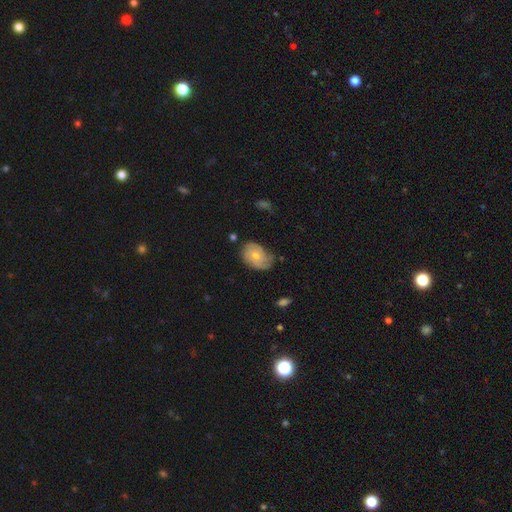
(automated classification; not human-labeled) Smooth or featured?
  - featured or disk: 48% *
  - smooth: 45%
  - star or artifact: 7%
Merging?
  - none: 60% *
  - minor disturbance: 30%
  - major disturbance: 7%
  - merger: 2%